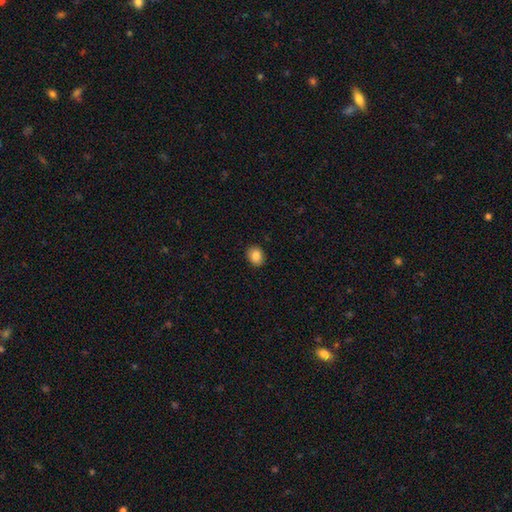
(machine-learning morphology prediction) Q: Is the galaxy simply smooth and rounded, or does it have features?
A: smooth — 86%.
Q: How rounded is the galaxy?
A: in between — 51%.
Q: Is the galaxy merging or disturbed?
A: none — 89%.